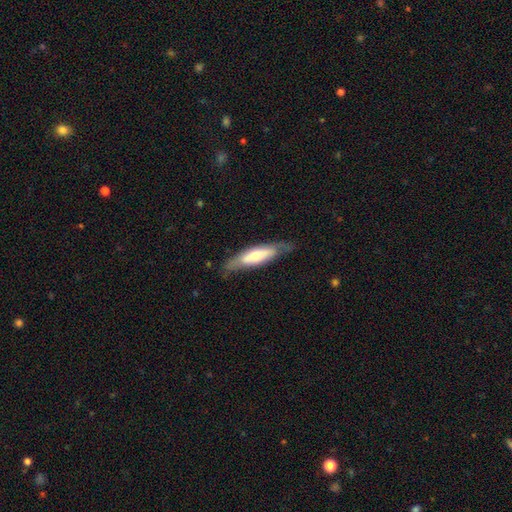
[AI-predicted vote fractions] A smooth galaxy with no disk features (49%). Merging: none (75%).